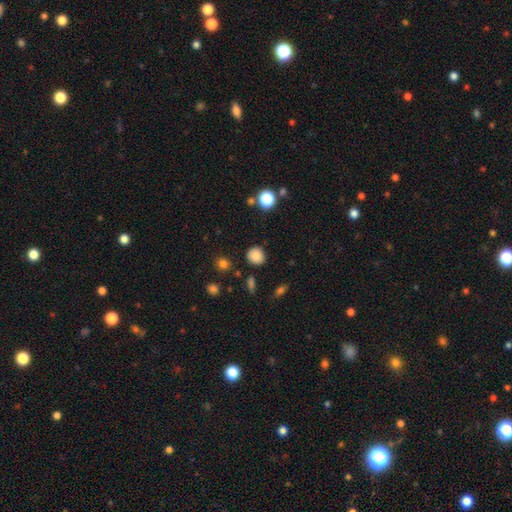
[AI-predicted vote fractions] smooth_or_featured: smooth (p=0.84) [alt: star or artifact p=0.11]
how_rounded: round (p=0.85) [alt: in between p=0.14]
merging: none (p=0.84) [alt: minor disturbance p=0.10]